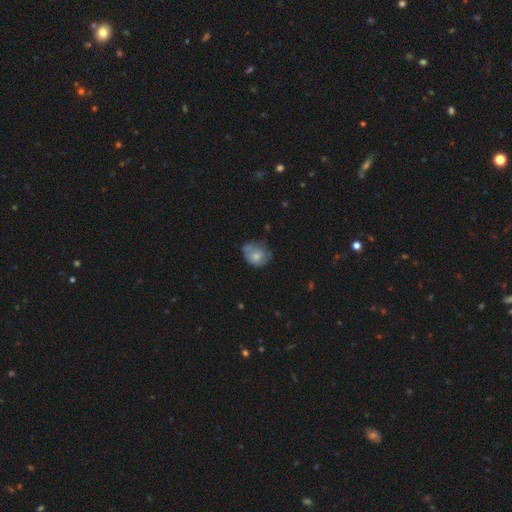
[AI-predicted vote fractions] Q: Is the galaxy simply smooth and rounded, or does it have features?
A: smooth — 65%.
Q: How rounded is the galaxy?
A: in between — 51%.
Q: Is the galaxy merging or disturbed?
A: none — 41%.